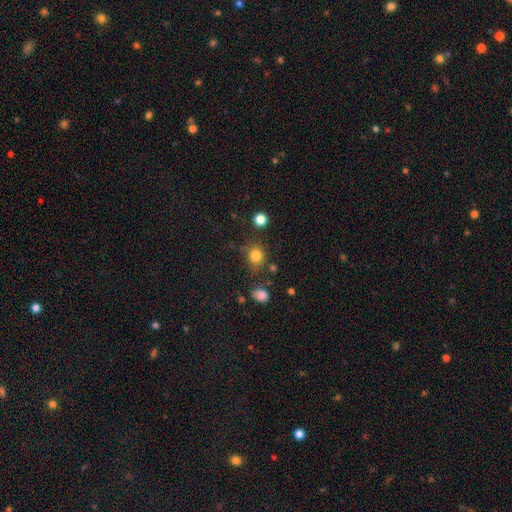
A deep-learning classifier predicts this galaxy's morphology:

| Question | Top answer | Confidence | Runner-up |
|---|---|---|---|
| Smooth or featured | smooth | 81% | star or artifact (13%) |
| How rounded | round | 82% | in between (17%) |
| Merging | none | 74% | minor disturbance (15%) |